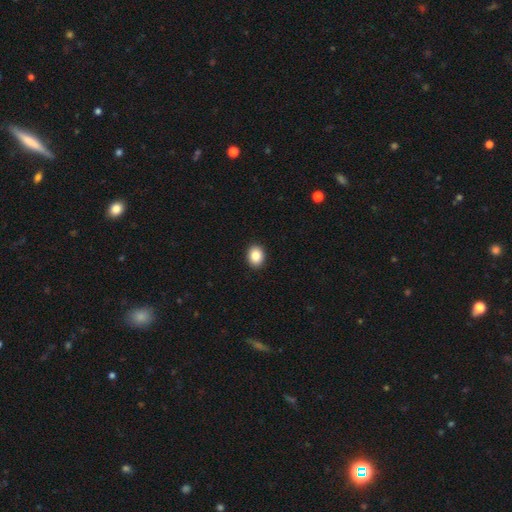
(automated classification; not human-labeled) Morphology: type=smooth (87%); roundness=in between (59%); merging=none (92%).